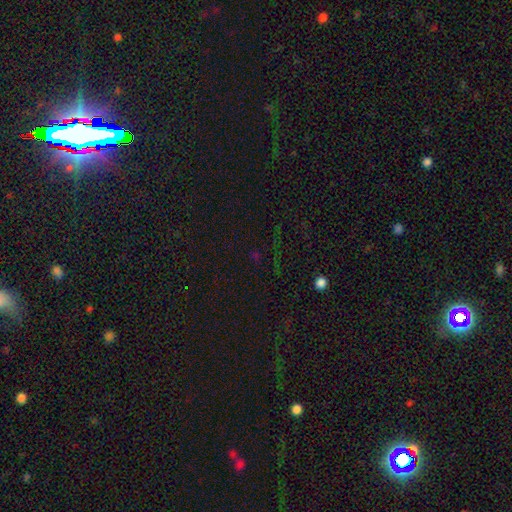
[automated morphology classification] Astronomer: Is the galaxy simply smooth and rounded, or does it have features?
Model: star or artifact — 69%.